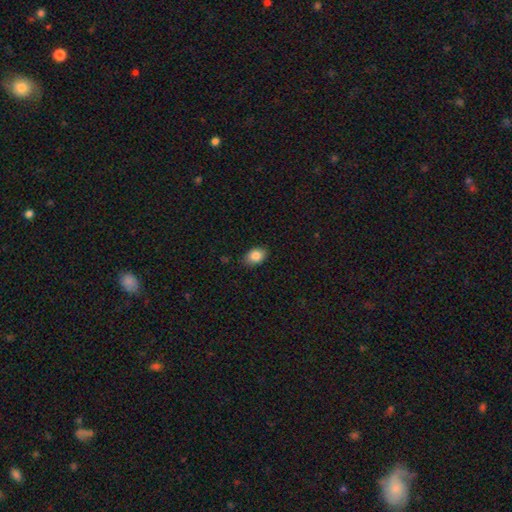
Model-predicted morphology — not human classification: Smooth or featured? smooth (85%)
How rounded? in between (82%)
Merging? none (83%)